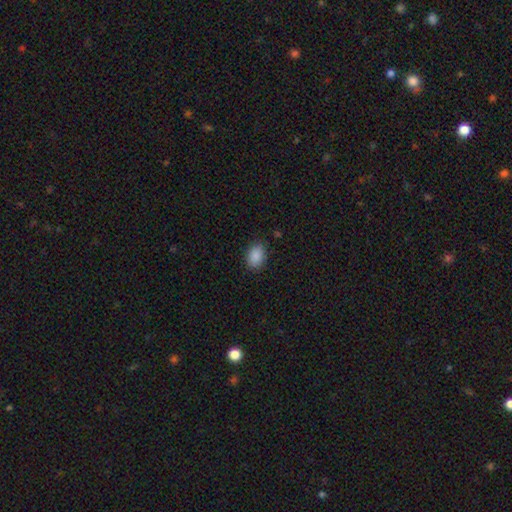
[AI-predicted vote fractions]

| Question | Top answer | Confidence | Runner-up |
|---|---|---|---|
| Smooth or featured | smooth | 89% | star or artifact (8%) |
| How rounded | in between | 82% | round (17%) |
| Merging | none | 85% | minor disturbance (11%) |